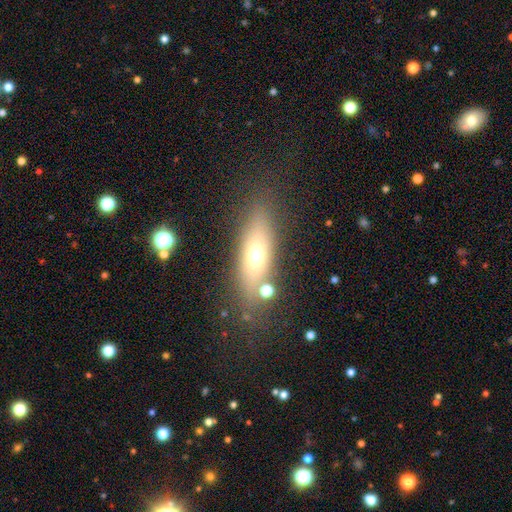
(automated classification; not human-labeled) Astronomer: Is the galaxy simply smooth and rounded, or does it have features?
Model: smooth — 58%.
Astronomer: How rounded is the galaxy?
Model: in between — 51% (runner-up: cigar-shaped, 43%).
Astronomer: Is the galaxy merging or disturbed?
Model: none — 77%.